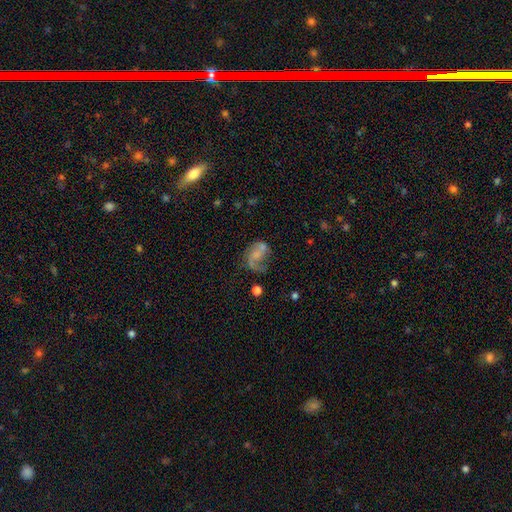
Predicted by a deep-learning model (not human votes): Q: Smooth or featured?
A: featured or disk (65%); runner-up: smooth (26%)
Q: Edge-on disk?
A: no (98%); runner-up: yes (2%)
Q: Bar?
A: no (64%); runner-up: weak (30%)
Q: Spiral arms?
A: yes (84%); runner-up: no (16%)
Q: Spiral winding?
A: loose (55%); runner-up: medium (35%)
Q: Spiral arm count?
A: 2 (62%); runner-up: 1 (29%)
Q: Bulge size?
A: small (38%); runner-up: none (33%)
Q: Merging?
A: none (36%); runner-up: major disturbance (30%)